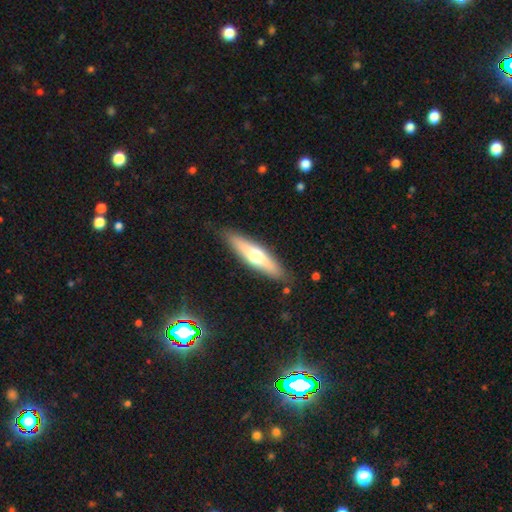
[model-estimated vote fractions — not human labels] This appears to be a smooth galaxy with no disk features (52%) that is cigar-shaped (73%). Merging: none (86%).